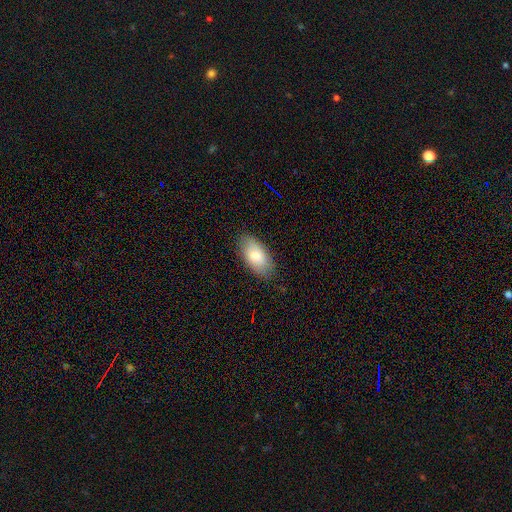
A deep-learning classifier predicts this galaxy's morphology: Smooth or featured?
  - smooth: 81% *
  - featured or disk: 13%
  - star or artifact: 6%
How rounded?
  - in between: 94% *
  - cigar-shaped: 4%
  - round: 3%
Merging?
  - none: 83% *
  - minor disturbance: 13%
  - major disturbance: 3%
  - merger: 1%